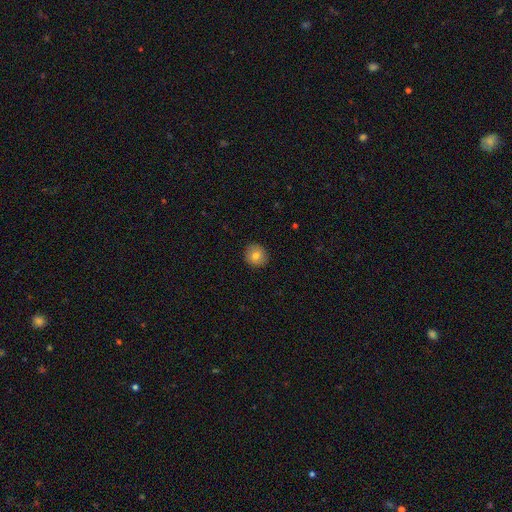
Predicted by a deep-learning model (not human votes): Morphology: type=smooth (79%); roundness=round (90%); merging=none (90%).